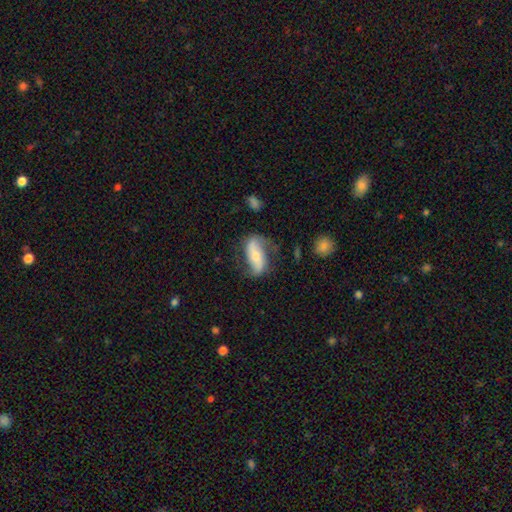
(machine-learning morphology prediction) Overall: featured or disk (58%; smooth 36%). Edge-on disk: no (88%). Bar: no (38%; strong 37%). Spiral arms: yes (82%). Bulge size: moderate (47%; small 42%). Merging: none (62%; minor disturbance 23%).